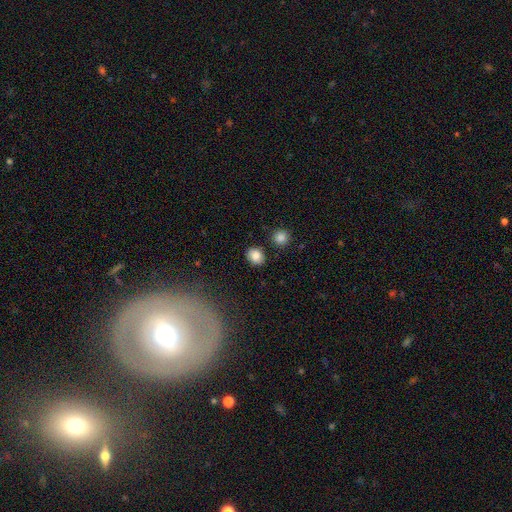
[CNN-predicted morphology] Smooth or featured: smooth — 82% (star or artifact — 10%)
How rounded: round — 68% (in between — 31%)
Merging: none — 84% (minor disturbance — 8%)